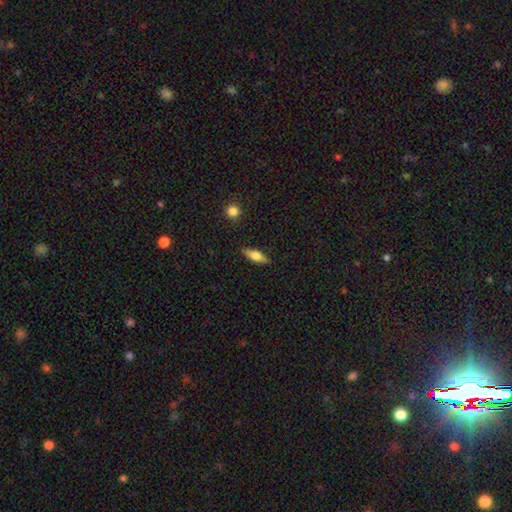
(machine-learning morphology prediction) Smooth or featured? Predicted: smooth (p=0.63). How rounded? Predicted: in between (p=0.59). Merging? Predicted: none (p=0.85).